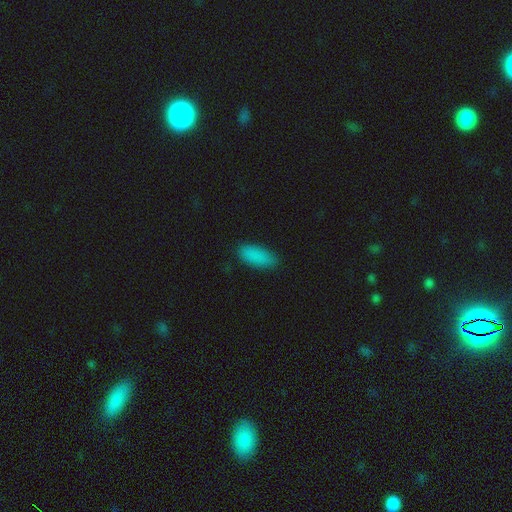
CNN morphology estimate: type=smooth (87%); roundness=in between (84%); merging=none (85%).